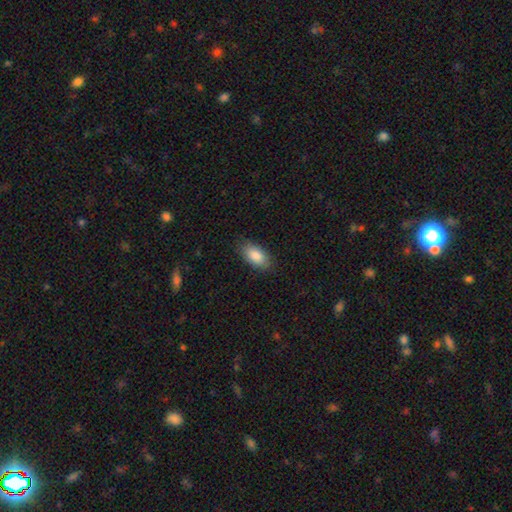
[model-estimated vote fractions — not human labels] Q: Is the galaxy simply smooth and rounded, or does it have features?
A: smooth — 88%.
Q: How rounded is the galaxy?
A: in between — 93%.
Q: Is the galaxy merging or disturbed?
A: none — 83%.